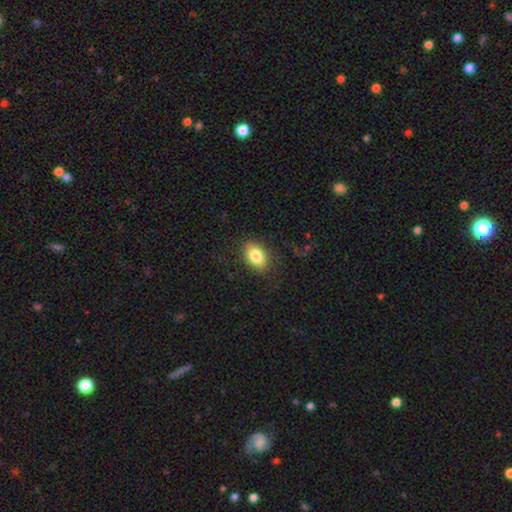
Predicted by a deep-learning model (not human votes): The model was most divided on "how rounded": in between: 84%, round: 15%, cigar-shaped: 2%. More confident: smooth or featured — smooth (83%); merging — none (83%).